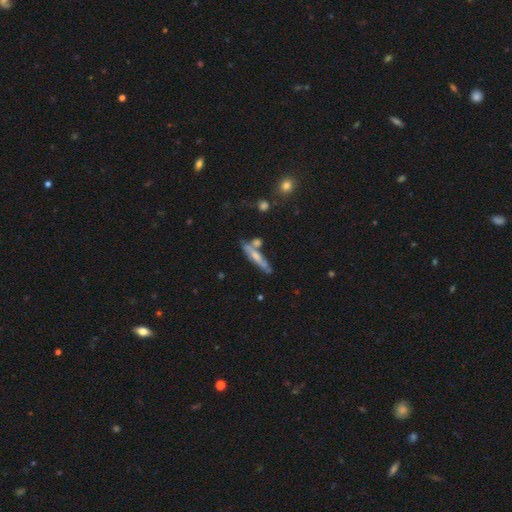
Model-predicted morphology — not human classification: Smooth or featured? featured or disk (47%)
Merging? none (59%)